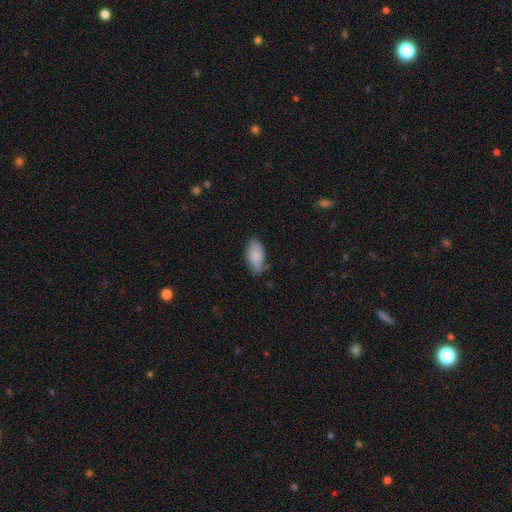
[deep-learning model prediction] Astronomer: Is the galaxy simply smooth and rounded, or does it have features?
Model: smooth — 85%.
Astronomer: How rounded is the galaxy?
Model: in between — 92%.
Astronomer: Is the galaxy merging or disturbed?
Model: none — 66%.